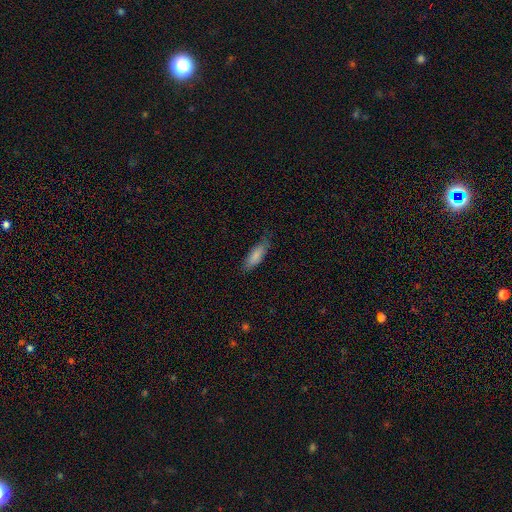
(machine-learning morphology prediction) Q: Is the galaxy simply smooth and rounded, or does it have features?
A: smooth — 81%.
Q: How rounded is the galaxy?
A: in between — 63%.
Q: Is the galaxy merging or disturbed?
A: none — 73%.